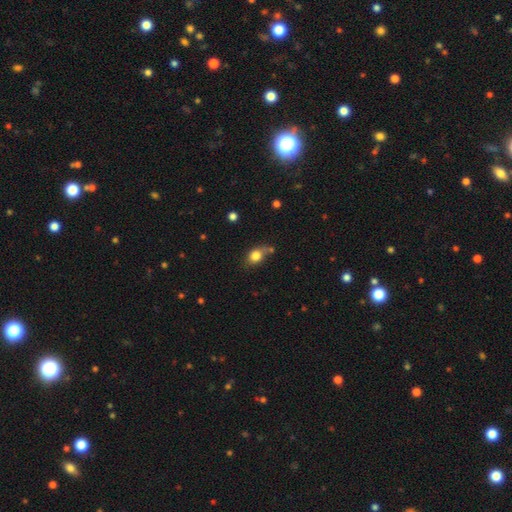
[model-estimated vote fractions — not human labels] smooth 81%, star or artifact 10%, featured or disk 9%. Down the decision tree: how rounded — in between (60%); merging — none (57%).